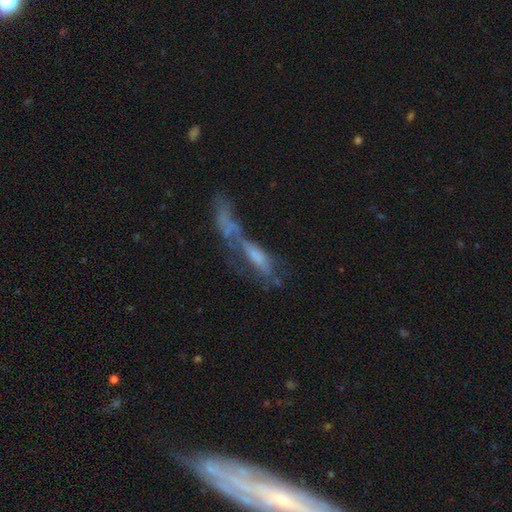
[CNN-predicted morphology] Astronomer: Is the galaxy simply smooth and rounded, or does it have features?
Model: featured or disk — 49% (runner-up: smooth, 38%).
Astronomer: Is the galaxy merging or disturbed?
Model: merger — 41% (runner-up: major disturbance, 27%).